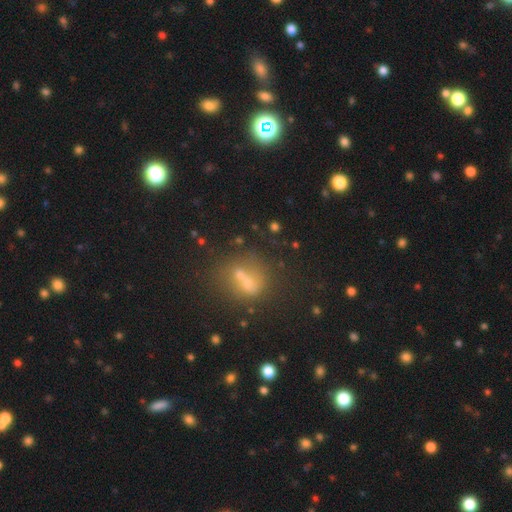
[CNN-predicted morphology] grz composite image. It shows a smooth galaxy with no disk features (51%) that is in between round and cigar-shaped (57%). Merging: none (77%).